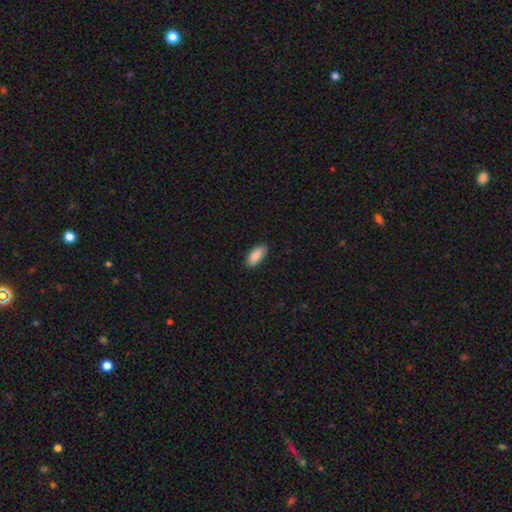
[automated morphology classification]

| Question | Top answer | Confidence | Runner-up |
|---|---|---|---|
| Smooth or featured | smooth | 90% | star or artifact (6%) |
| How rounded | in between | 90% | cigar-shaped (8%) |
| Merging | none | 86% | minor disturbance (11%) |